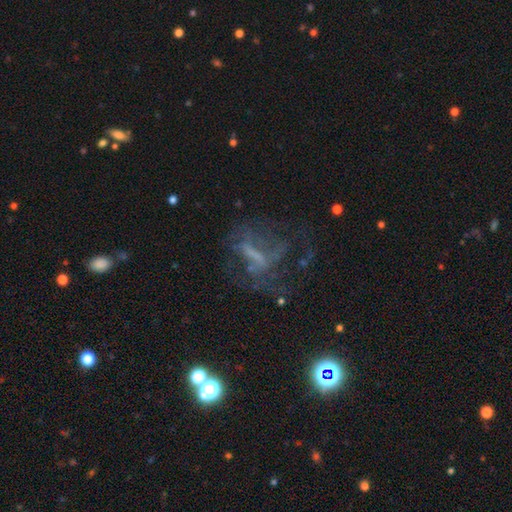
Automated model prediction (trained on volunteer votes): A featured or disk galaxy (55%).

Vote fractions:
- Smooth or featured? featured or disk: 55% / star or artifact: 25% / smooth: 21%
- Edge-on disk? no: 90% / yes: 10%
- Merging? none: 43% / major disturbance: 36% / minor disturbance: 17% / merger: 4%